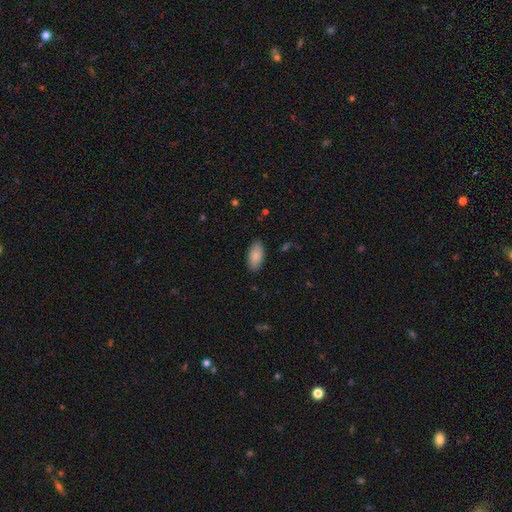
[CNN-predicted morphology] smooth 86%, featured or disk 8%, star or artifact 6%. Down the decision tree: how rounded — in between (94%); merging — none (87%).